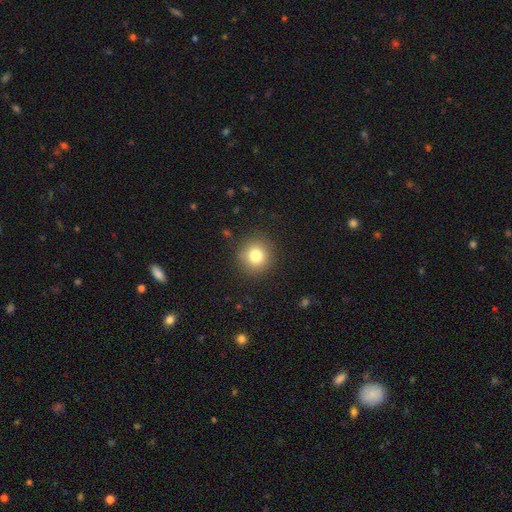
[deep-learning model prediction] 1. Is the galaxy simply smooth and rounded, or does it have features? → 80% smooth, 11% star or artifact, 9% featured or disk.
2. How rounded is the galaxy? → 91% round, 8% in between, 1% cigar-shaped.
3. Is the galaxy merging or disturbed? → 89% none, 8% minor disturbance, 3% major disturbance, 1% merger.